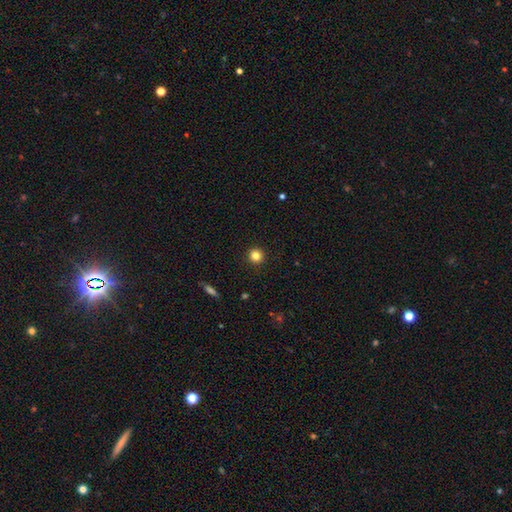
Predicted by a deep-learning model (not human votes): smooth 82%, star or artifact 12%, featured or disk 5%. Down the decision tree: how rounded — round (95%); merging — none (93%).